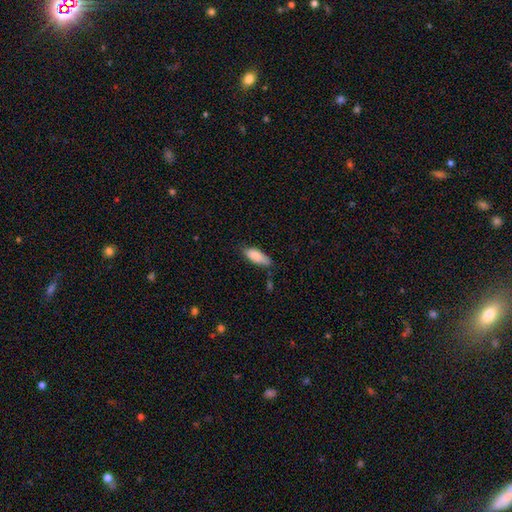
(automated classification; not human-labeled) A smooth galaxy with no disk features (84%) that is in between round and cigar-shaped (74%). Merging: none (68%).